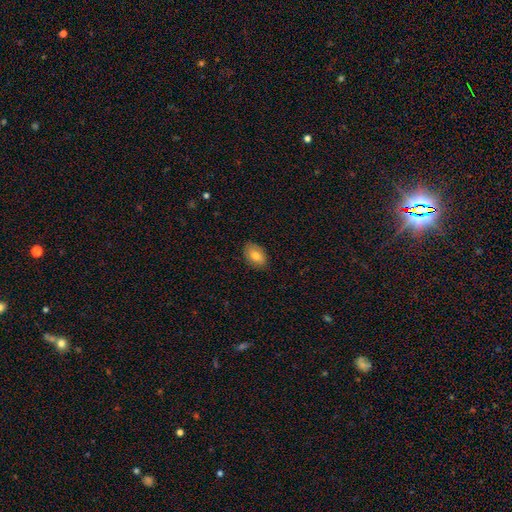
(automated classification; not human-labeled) Q: Smooth or featured?
A: smooth (78%); runner-up: featured or disk (14%)
Q: How rounded?
A: in between (90%); runner-up: round (9%)
Q: Merging?
A: none (85%); runner-up: minor disturbance (12%)